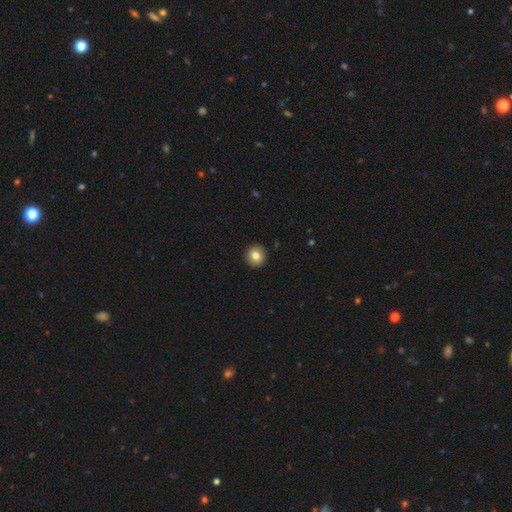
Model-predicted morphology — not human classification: Smooth or featured: smooth — 81% (featured or disk — 10%)
How rounded: round — 93% (in between — 6%)
Merging: none — 93% (minor disturbance — 5%)